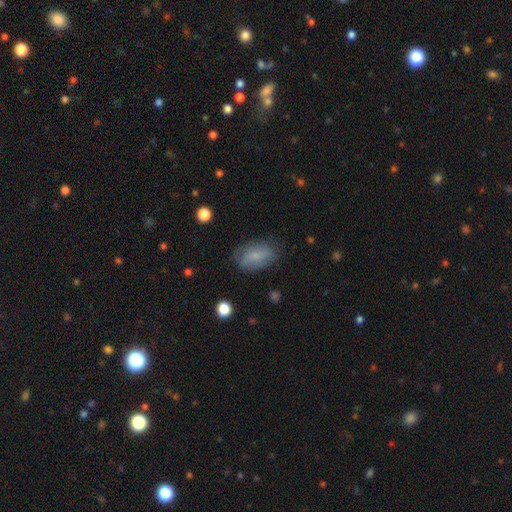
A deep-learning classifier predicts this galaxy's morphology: Q: Smooth or featured?
A: smooth (72%); runner-up: featured or disk (20%)
Q: How rounded?
A: in between (90%); runner-up: round (7%)
Q: Merging?
A: none (74%); runner-up: minor disturbance (19%)